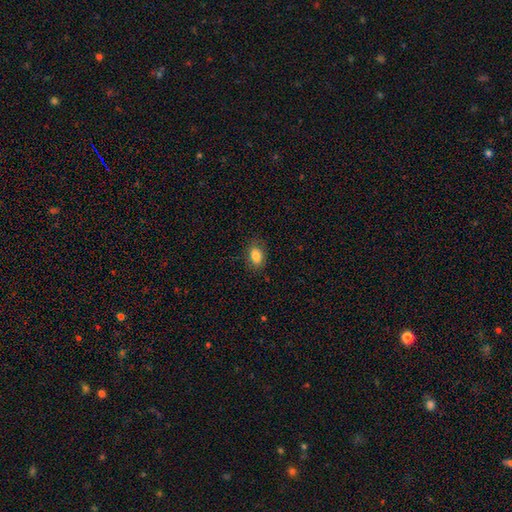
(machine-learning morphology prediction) type=smooth (85%); roundness=in between (84%); merging=none (82%).